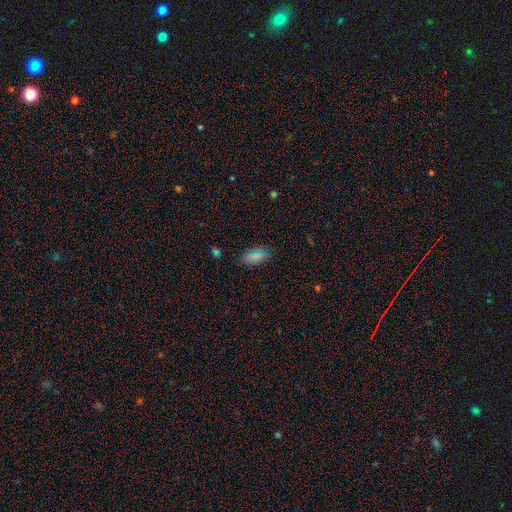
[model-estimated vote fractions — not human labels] smooth-or-featured: smooth: 77% | star or artifact: 17% | featured or disk: 6%
  how-rounded: in between: 91% | cigar-shaped: 6% | round: 3%
  merging: none: 84% | minor disturbance: 12% | major disturbance: 3% | merger: 1%